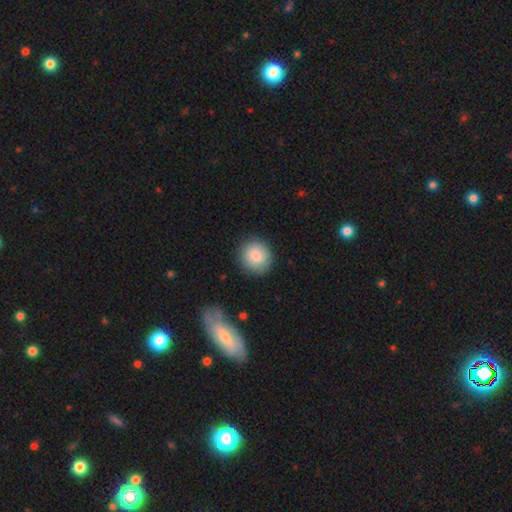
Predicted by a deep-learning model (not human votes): Smooth or featured? smooth (84%)
How rounded? round (87%)
Merging? none (87%)